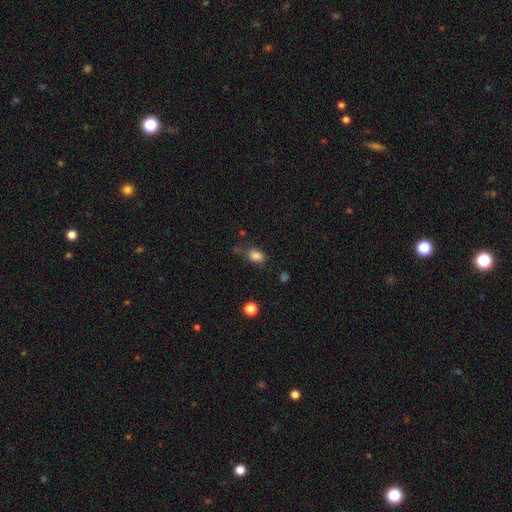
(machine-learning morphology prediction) smooth 84%, star or artifact 11%, featured or disk 6%. Down the decision tree: how rounded — in between (79%); merging — none (59%).